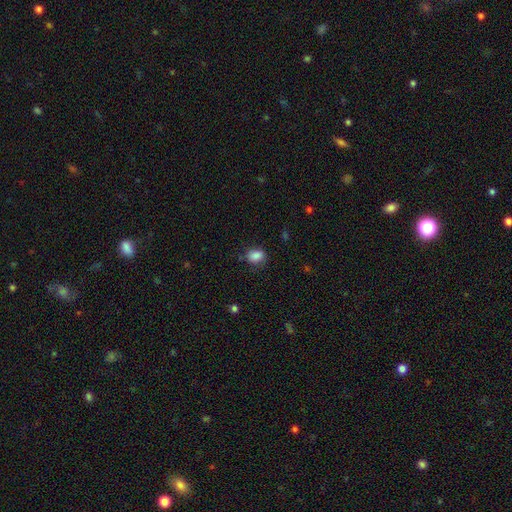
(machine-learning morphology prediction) Overall: smooth (85%). How rounded: in between (62%; round 37%). Merging: none (73%).